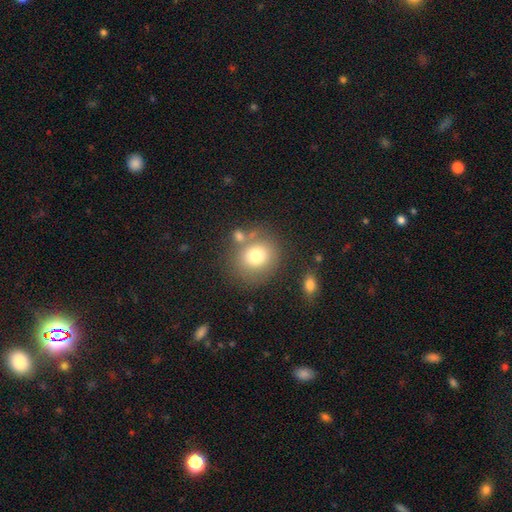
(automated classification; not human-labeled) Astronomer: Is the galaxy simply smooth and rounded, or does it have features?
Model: smooth — 75%.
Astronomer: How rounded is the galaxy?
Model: round — 81%.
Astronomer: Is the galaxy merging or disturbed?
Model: none — 70%.